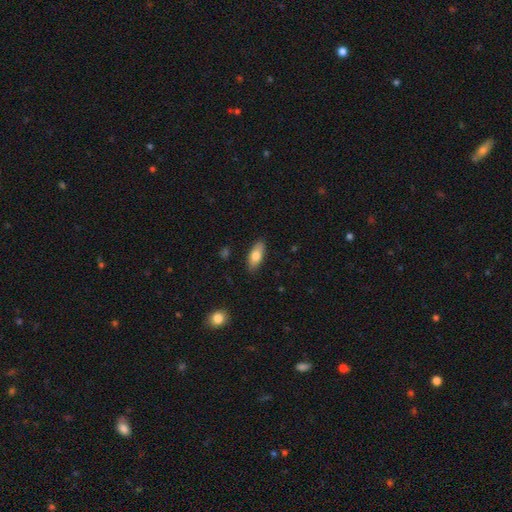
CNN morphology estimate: The model was most divided on "smooth or featured": smooth: 75%, featured or disk: 19%, star or artifact: 6%. More confident: merging — none (87%); how rounded — in between (79%).